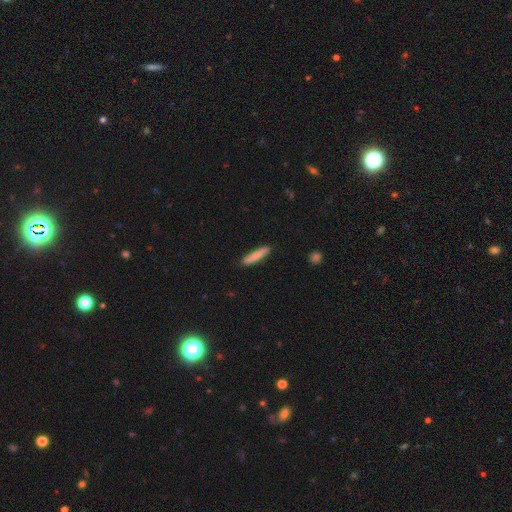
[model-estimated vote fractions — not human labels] Smooth or featured? Predicted: smooth (p=0.81). How rounded? Predicted: cigar-shaped (p=0.89). Merging? Predicted: none (p=0.87).